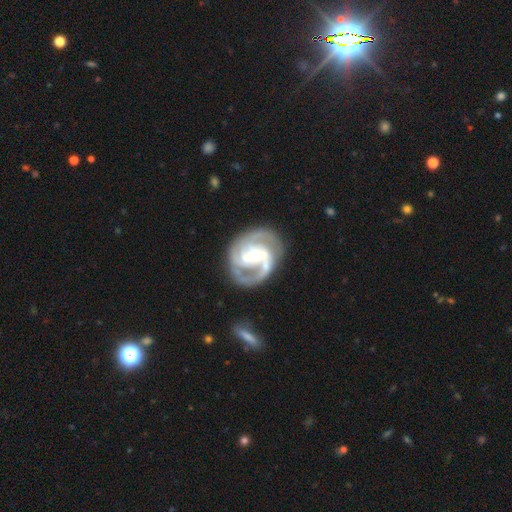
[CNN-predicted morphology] featured or disk 91%, smooth 5%, star or artifact 4%. Down the decision tree: edge-on disk — no (98%); bar — weak (42%); spiral arms — yes (98%); spiral arm count — 2 (55%); spiral winding — medium (49%); bulge size — small (48%); merging — none (76%).